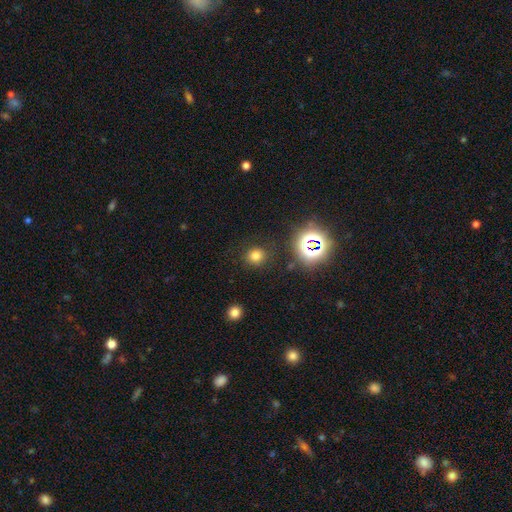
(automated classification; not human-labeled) Q: Smooth or featured?
A: smooth (72%); runner-up: star or artifact (22%)
Q: How rounded?
A: round (88%); runner-up: in between (11%)
Q: Merging?
A: none (88%); runner-up: minor disturbance (7%)